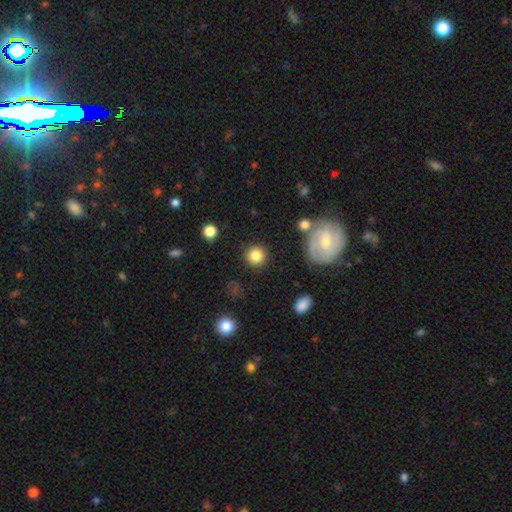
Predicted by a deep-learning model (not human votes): Morphology: type=smooth (83%); roundness=round (93%); merging=none (86%).